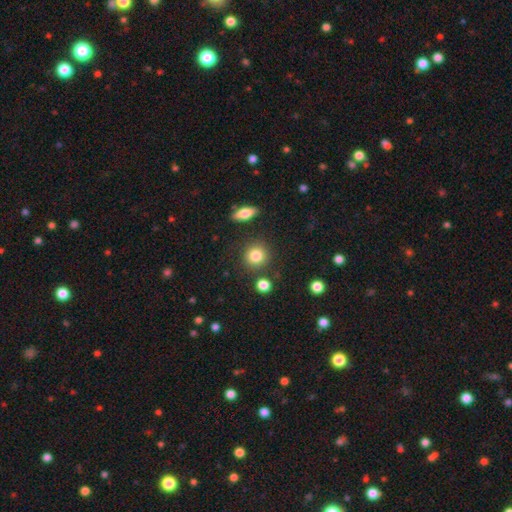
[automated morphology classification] type=smooth (84%); roundness=round (87%); merging=none (84%).